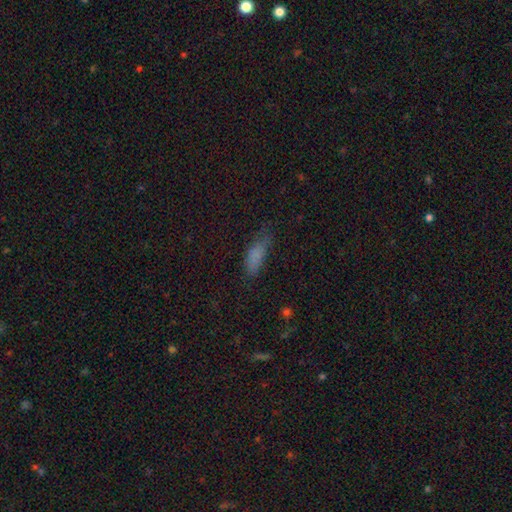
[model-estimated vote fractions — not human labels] Morphology: type=smooth (78%); roundness=in between (64%); merging=none (53%).